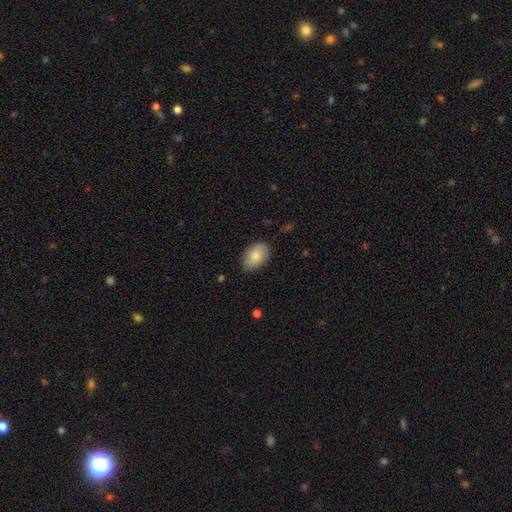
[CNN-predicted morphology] Smooth or featured? Predicted: smooth (p=0.82). How rounded? Predicted: in between (p=0.90). Merging? Predicted: none (p=0.83).